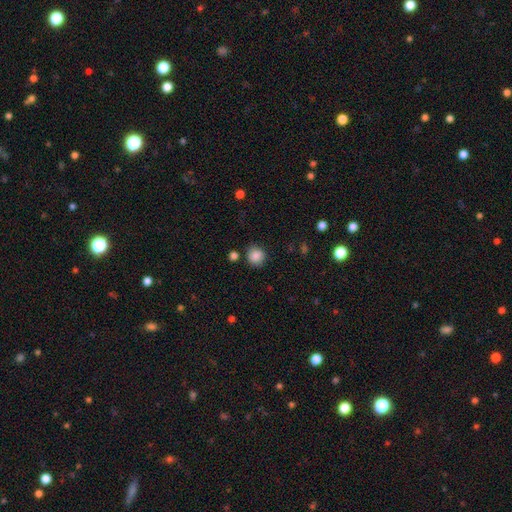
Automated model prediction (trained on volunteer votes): smooth_or_featured: smooth (p=0.86) [alt: star or artifact p=0.09]
how_rounded: round (p=0.88) [alt: in between p=0.11]
merging: none (p=0.81) [alt: minor disturbance p=0.12]